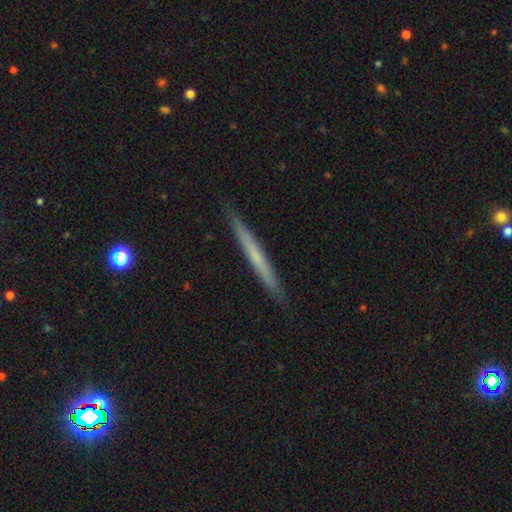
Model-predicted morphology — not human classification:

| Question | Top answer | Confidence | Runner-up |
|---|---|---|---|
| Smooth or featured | featured or disk | 48% | smooth (46%) |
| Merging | none | 91% | minor disturbance (6%) |